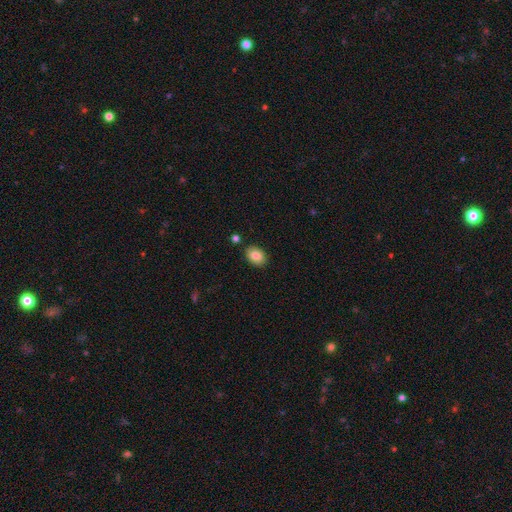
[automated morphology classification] smooth-or-featured: smooth: 84% | featured or disk: 8% | star or artifact: 8%
  how-rounded: in between: 77% | round: 22% | cigar-shaped: 1%
  merging: none: 87% | minor disturbance: 9% | merger: 2% | major disturbance: 2%